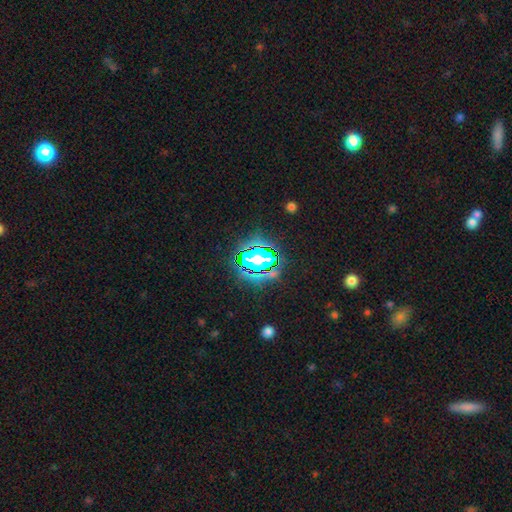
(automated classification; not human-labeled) Smooth or featured: star or artifact — 72% (smooth — 17%)